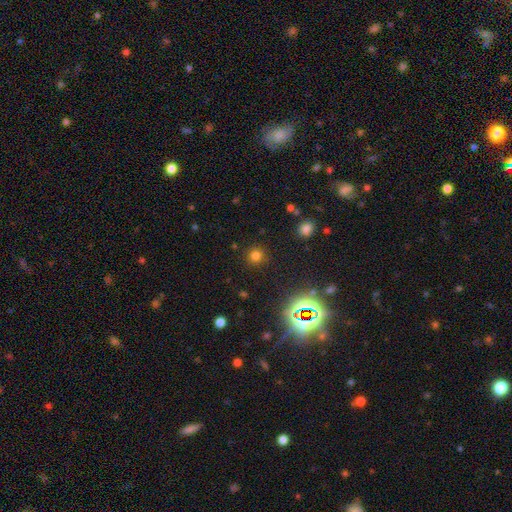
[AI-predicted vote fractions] This appears to be a smooth galaxy with no disk features (71%) that is round (92%). Merging: none (89%).